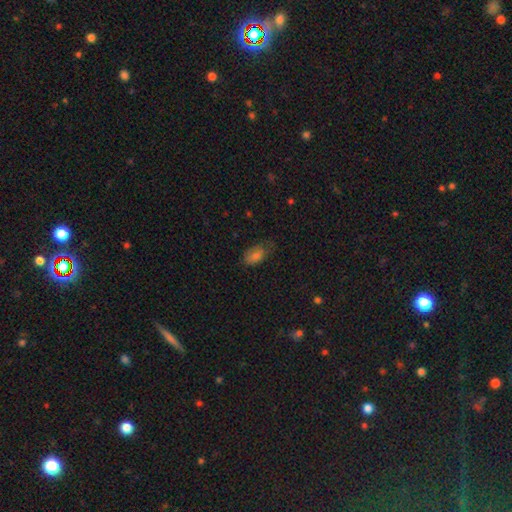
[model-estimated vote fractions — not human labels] smooth_or_featured: smooth (p=0.76) [alt: star or artifact p=0.14]
how_rounded: in between (p=0.89) [alt: round p=0.07]
merging: none (p=0.64) [alt: minor disturbance p=0.26]